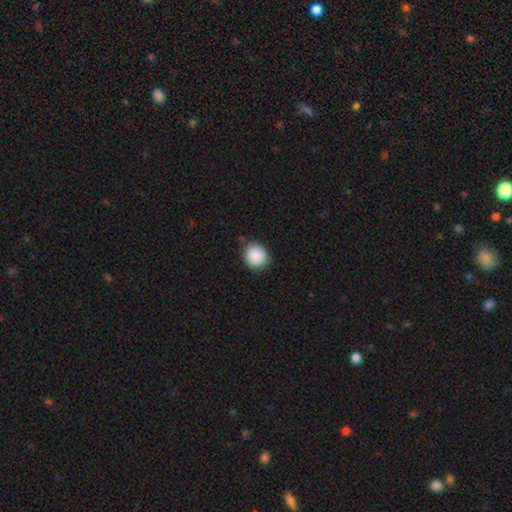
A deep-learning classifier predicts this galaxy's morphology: smooth 89%, star or artifact 8%, featured or disk 3%. Down the decision tree: how rounded — round (85%); merging — none (83%).